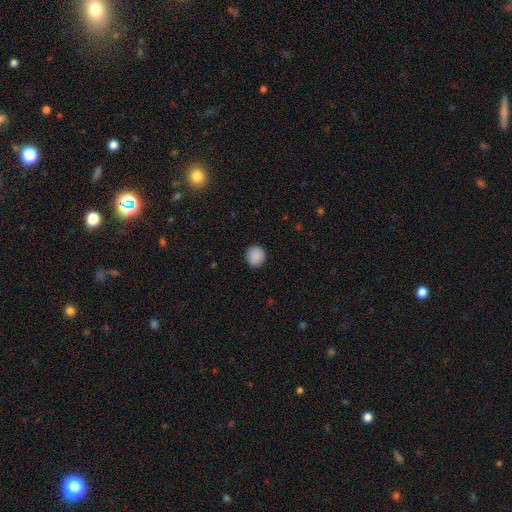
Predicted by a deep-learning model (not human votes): smooth_or_featured: smooth (p=0.89) [alt: star or artifact p=0.08]
how_rounded: round (p=0.91) [alt: in between p=0.08]
merging: none (p=0.91) [alt: minor disturbance p=0.06]